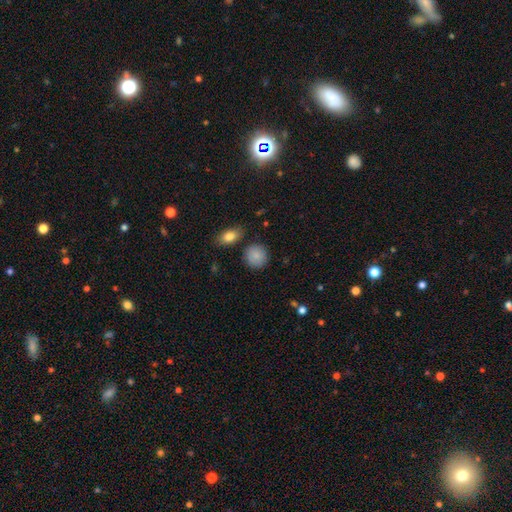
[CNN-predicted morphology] smooth 85%, star or artifact 8%, featured or disk 7%. Down the decision tree: how rounded — round (88%); merging — none (85%).